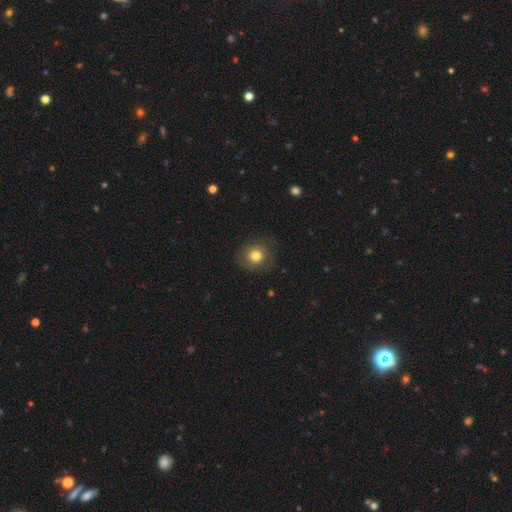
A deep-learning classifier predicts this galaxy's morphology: A smooth galaxy with no disk features (77%) that is round (84%).

Vote fractions:
- Smooth or featured? smooth: 77% / featured or disk: 12% / star or artifact: 11%
- How rounded? round: 84% / in between: 16% / cigar-shaped: 1%
- Merging? none: 80% / minor disturbance: 13% / major disturbance: 6% / merger: 1%